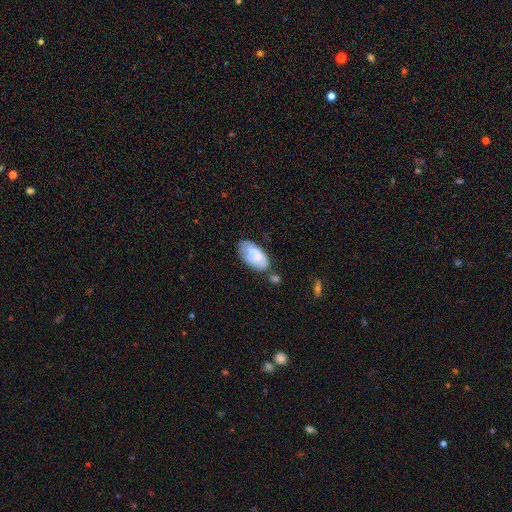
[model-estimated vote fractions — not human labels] Q: Smooth or featured?
A: smooth (61%); runner-up: featured or disk (32%)
Q: How rounded?
A: in between (93%); runner-up: cigar-shaped (4%)
Q: Merging?
A: none (53%); runner-up: minor disturbance (28%)